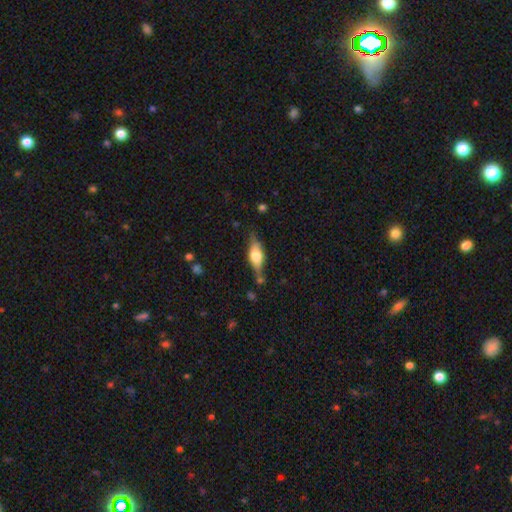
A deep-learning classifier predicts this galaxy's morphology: A featured or disk galaxy (47%). Merging: none (71%).